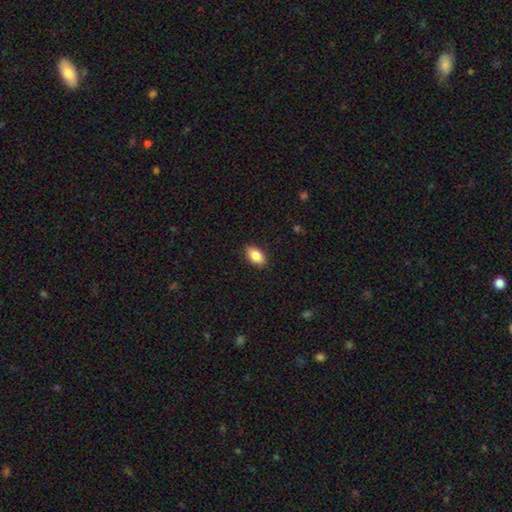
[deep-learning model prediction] smooth-or-featured: smooth: 86% | star or artifact: 7% | featured or disk: 6%
  how-rounded: in between: 92% | round: 6% | cigar-shaped: 2%
  merging: none: 89% | minor disturbance: 8% | major disturbance: 2% | merger: 1%